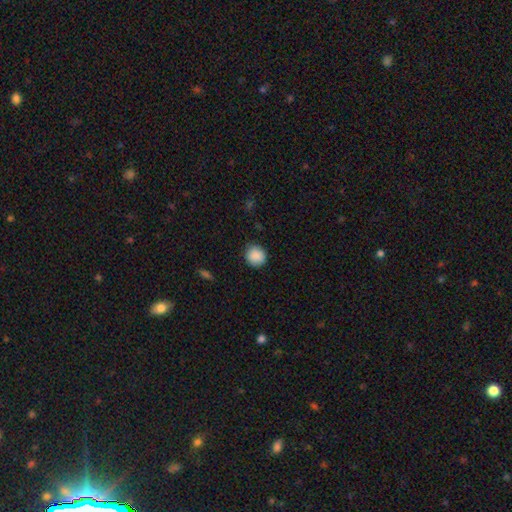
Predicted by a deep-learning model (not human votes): A smooth galaxy with no disk features (89%) that is round (85%).

Vote fractions:
- Smooth or featured? smooth: 89% / star or artifact: 8% / featured or disk: 3%
- How rounded? round: 85% / in between: 14% / cigar-shaped: 1%
- Merging? none: 87% / minor disturbance: 9% / major disturbance: 2% / merger: 1%